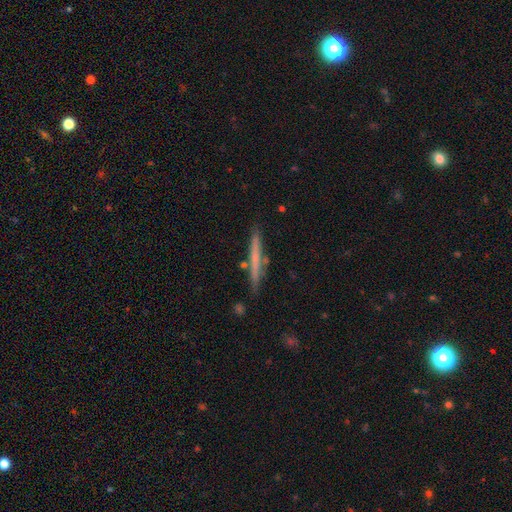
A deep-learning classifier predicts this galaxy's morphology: Q: Smooth or featured?
A: featured or disk (49%); runner-up: smooth (45%)
Q: Merging?
A: none (87%); runner-up: minor disturbance (9%)